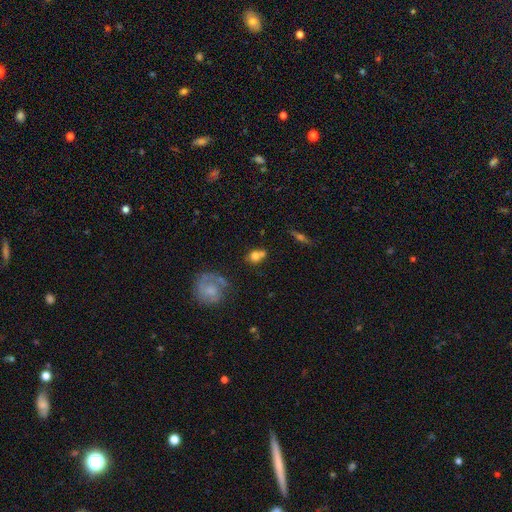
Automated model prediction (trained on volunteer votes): Smooth or featured? Predicted: smooth (p=0.69). How rounded? Predicted: round (p=0.70). Merging? Predicted: none (p=0.47).